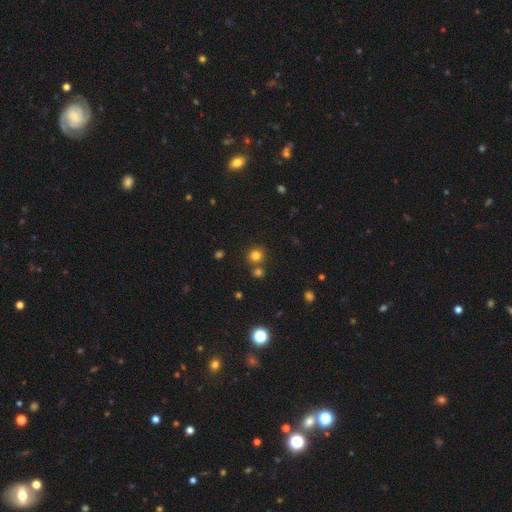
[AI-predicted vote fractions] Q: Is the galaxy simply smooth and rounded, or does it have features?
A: smooth — 78%.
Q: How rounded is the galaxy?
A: round — 89%.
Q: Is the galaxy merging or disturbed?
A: none — 73%.